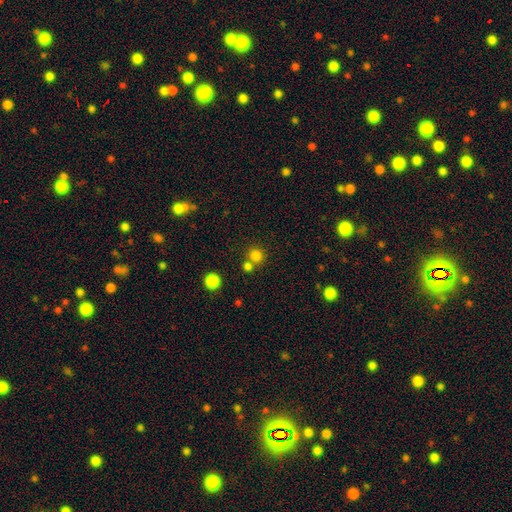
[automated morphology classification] Q: Smooth or featured?
A: smooth (79%); runner-up: star or artifact (16%)
Q: How rounded?
A: round (91%); runner-up: in between (8%)
Q: Merging?
A: none (65%); runner-up: merger (26%)